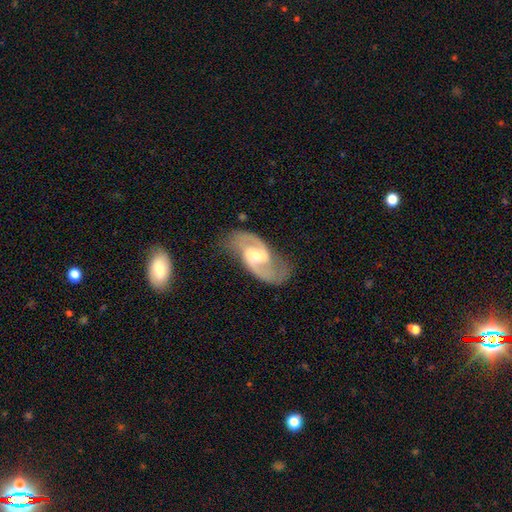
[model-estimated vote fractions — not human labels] Q: Smooth or featured?
A: featured or disk (90%); runner-up: smooth (6%)
Q: Edge-on disk?
A: no (97%); runner-up: yes (3%)
Q: Bar?
A: weak (53%); runner-up: strong (28%)
Q: Spiral arms?
A: yes (97%); runner-up: no (3%)
Q: Spiral winding?
A: medium (52%); runner-up: loose (37%)
Q: Spiral arm count?
A: 2 (93%); runner-up: can't tell (2%)
Q: Bulge size?
A: moderate (53%); runner-up: small (39%)
Q: Merging?
A: none (77%); runner-up: minor disturbance (15%)